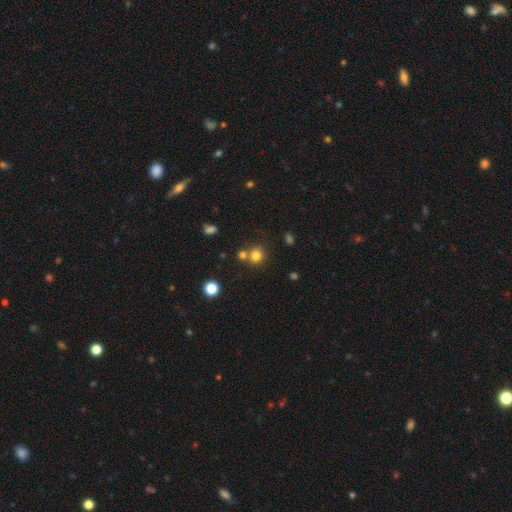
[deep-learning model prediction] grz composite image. It shows a smooth galaxy with no disk features (78%) that is round (82%). Merging: none (61%).